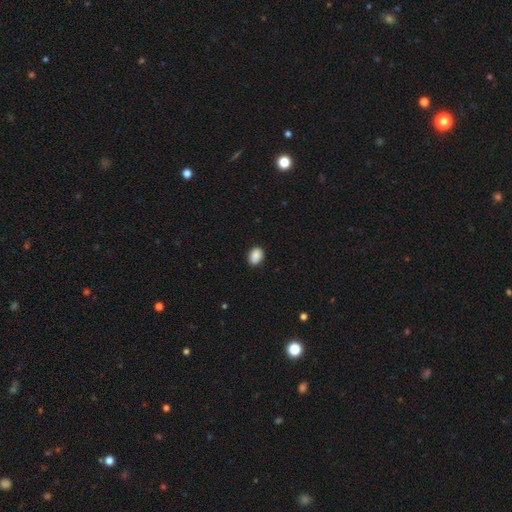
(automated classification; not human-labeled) smooth 88%, star or artifact 8%, featured or disk 4%. Down the decision tree: how rounded — in between (69%); merging — none (85%).